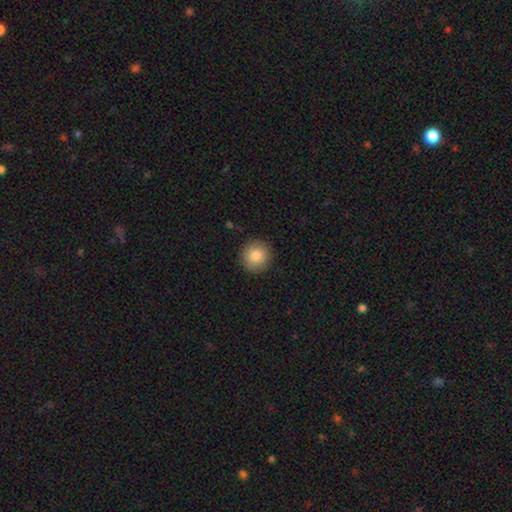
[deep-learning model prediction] A smooth galaxy with no disk features (86%) that is round (94%). Merging: none (91%).